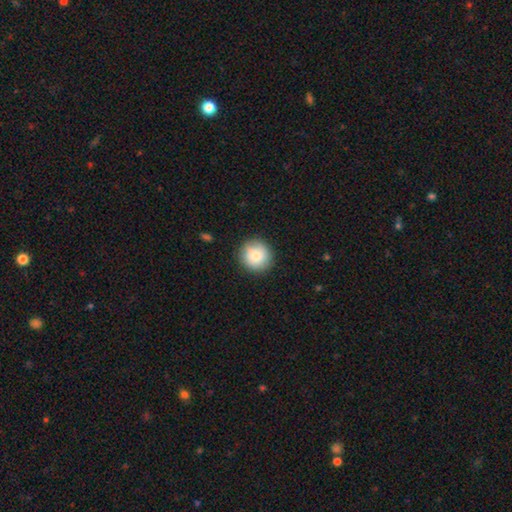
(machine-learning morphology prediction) A smooth galaxy with no disk features (83%) that is round (94%).

Vote fractions:
- Smooth or featured? smooth: 83% / featured or disk: 10% / star or artifact: 8%
- How rounded? round: 94% / in between: 5% / cigar-shaped: 1%
- Merging? none: 88% / minor disturbance: 9% / major disturbance: 2% / merger: 1%